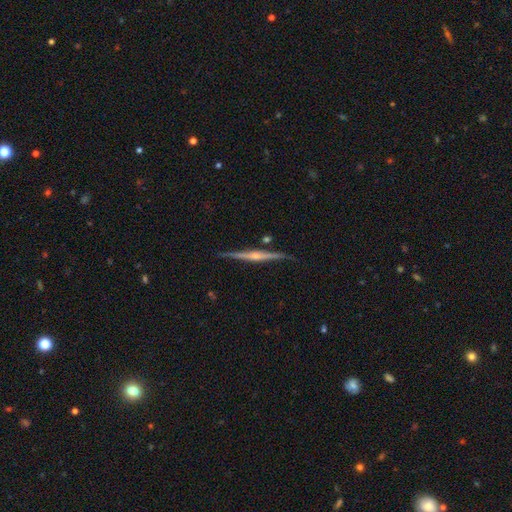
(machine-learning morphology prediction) A featured or disk galaxy (81%) viewed edge-on (98%) with a rounded central bulge (79%).

Vote fractions:
- Smooth or featured? featured or disk: 81% / smooth: 14% / star or artifact: 5%
- Edge-on disk? yes: 98% / no: 2%
- Edge-on bulge? rounded: 79% / none: 12% / boxy: 9%
- Merging? none: 88% / minor disturbance: 8% / merger: 2% / major disturbance: 2%